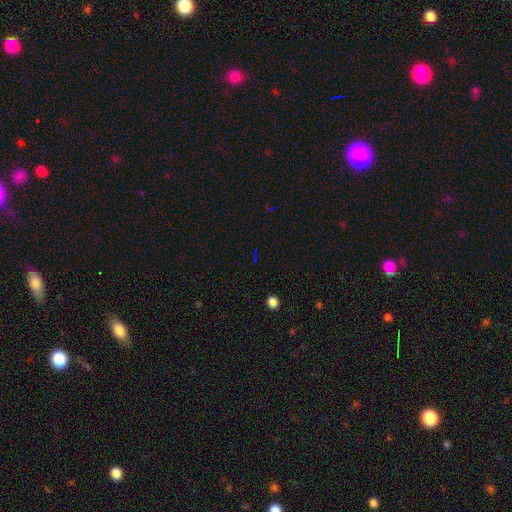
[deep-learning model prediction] Smooth or featured?
  - star or artifact: 64% *
  - smooth: 26%
  - featured or disk: 10%